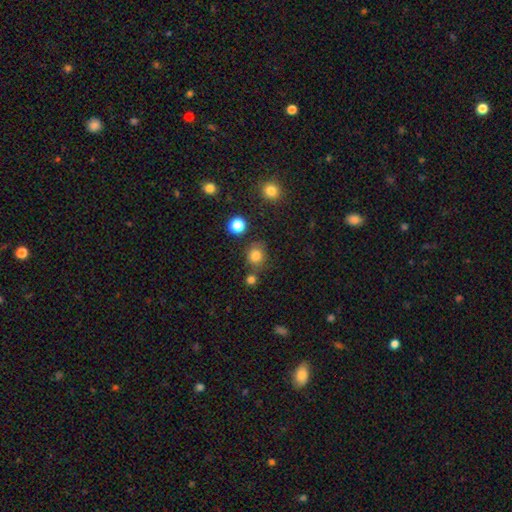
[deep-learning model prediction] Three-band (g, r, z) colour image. It shows a smooth galaxy with no disk features (79%) that is round (81%). Merging: none (69%).